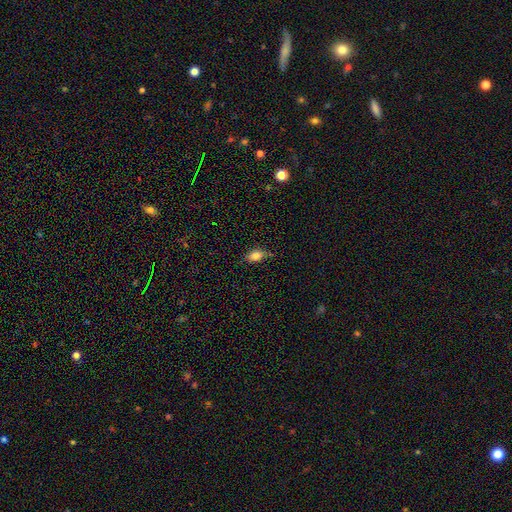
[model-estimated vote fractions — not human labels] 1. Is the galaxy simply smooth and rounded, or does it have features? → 82% smooth, 10% star or artifact, 8% featured or disk.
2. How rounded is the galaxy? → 83% in between, 12% round, 4% cigar-shaped.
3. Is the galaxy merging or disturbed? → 68% none, 24% minor disturbance, 5% major disturbance, 3% merger.